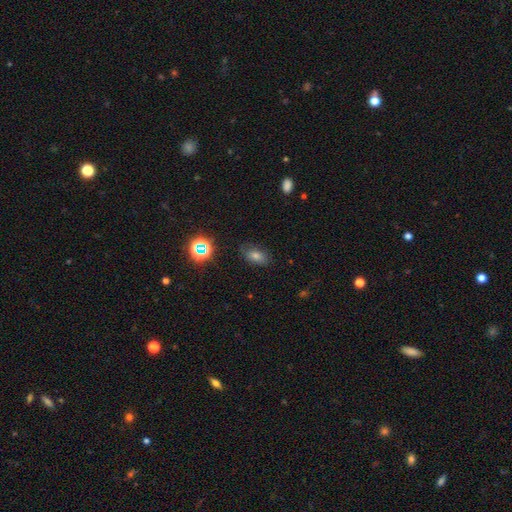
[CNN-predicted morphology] A smooth galaxy with no disk features (68%) that is in between round and cigar-shaped (85%). Merging: none (82%).